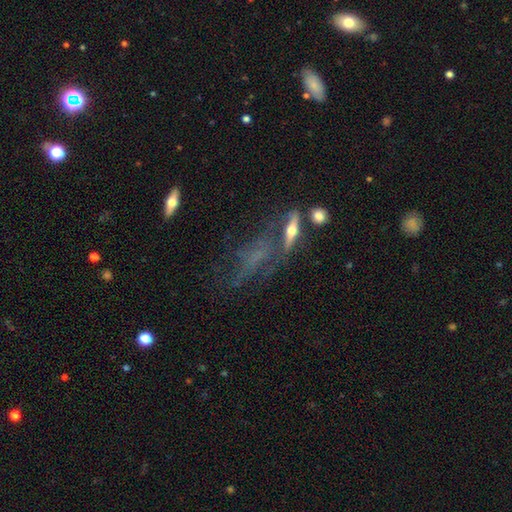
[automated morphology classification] The model was most divided on "merging": none: 38%, major disturbance: 28%, minor disturbance: 18%, merger: 16%. Remaining: smooth or featured — featured or disk (48%).